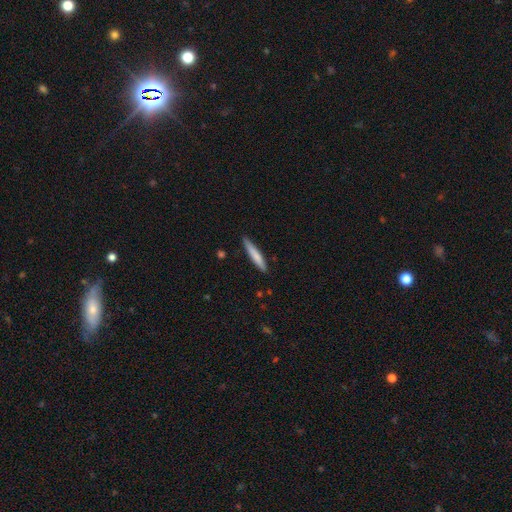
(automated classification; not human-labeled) smooth_or_featured: smooth (p=0.74) [alt: featured or disk p=0.21]
how_rounded: cigar-shaped (p=0.93) [alt: in between p=0.05]
merging: none (p=0.87) [alt: minor disturbance p=0.10]